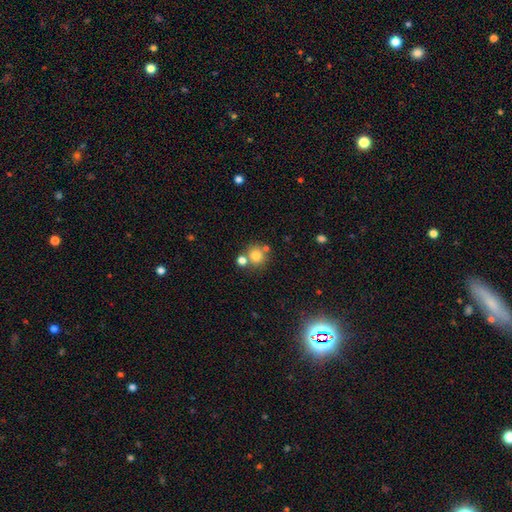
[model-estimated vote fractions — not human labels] smooth-or-featured: smooth: 77% | star or artifact: 13% | featured or disk: 10%
  how-rounded: round: 90% | in between: 9% | cigar-shaped: 1%
  merging: none: 64% | merger: 24% | minor disturbance: 9% | major disturbance: 3%